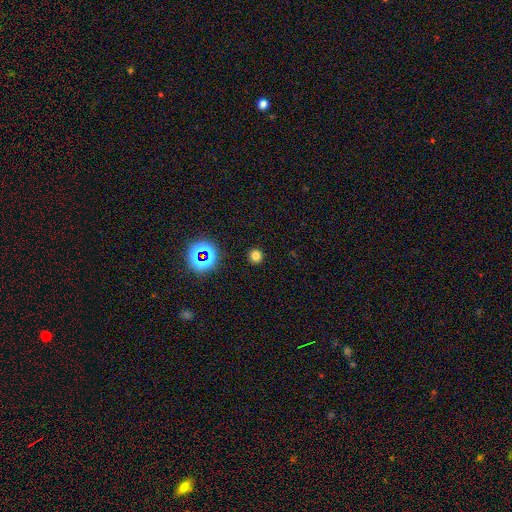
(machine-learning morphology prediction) This is likely a smooth galaxy (73%). How rounded: clearly round (91%). Merging: clearly none (91%).